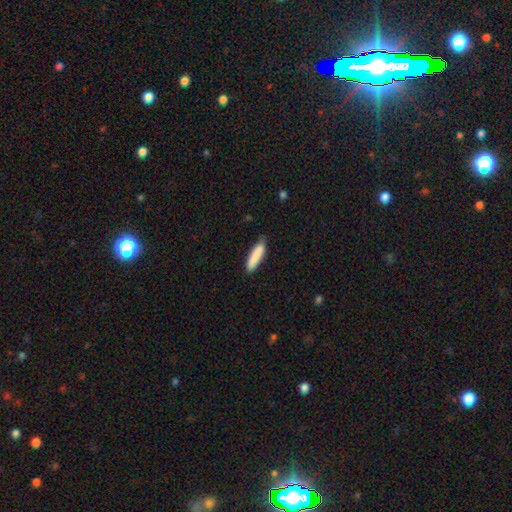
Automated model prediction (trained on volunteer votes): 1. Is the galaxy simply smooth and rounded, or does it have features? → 86% smooth, 8% featured or disk, 6% star or artifact.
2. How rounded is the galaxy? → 73% cigar-shaped, 25% in between, 1% round.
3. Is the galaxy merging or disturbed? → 77% none, 19% minor disturbance, 3% major disturbance, 2% merger.